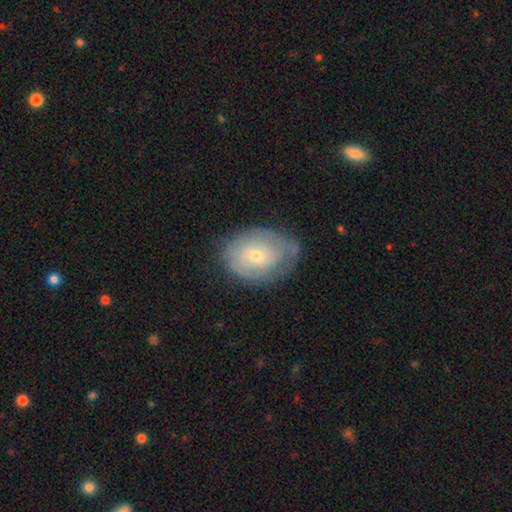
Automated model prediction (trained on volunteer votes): This is possibly a featured or disk galaxy (53%). It is clearly not viewed edge-on (95%). Bar: likely no (75%). Spiral arm pattern: likely yes (63%). Central bulge: likely small (62%). Merging: likely none (62%).